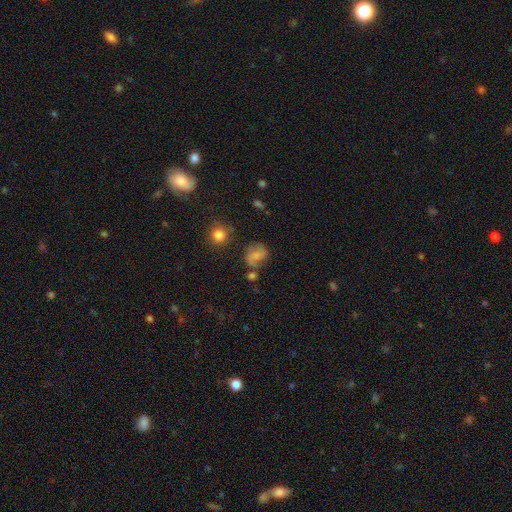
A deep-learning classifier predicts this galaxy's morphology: type=smooth (60%); roundness=round (54%); merging=none (55%).